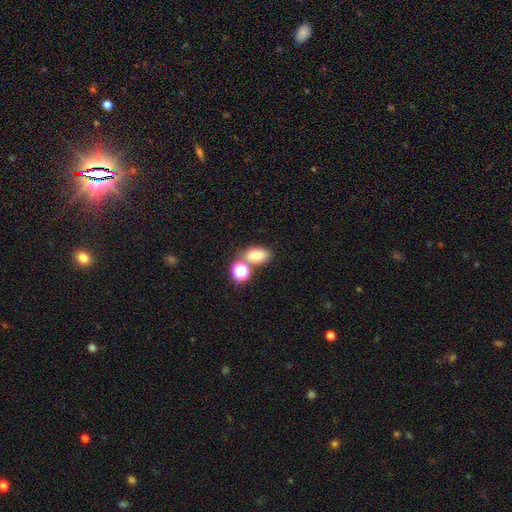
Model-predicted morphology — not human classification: type=smooth (77%); roundness=in between (80%); merging=none (61%).